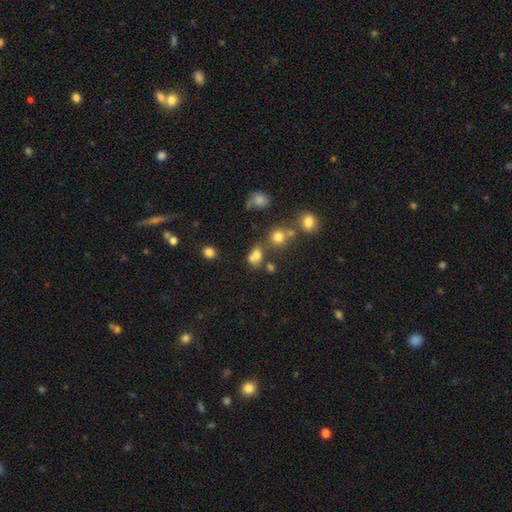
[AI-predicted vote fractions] Q: Smooth or featured?
A: smooth (69%); runner-up: star or artifact (18%)
Q: How rounded?
A: round (56%); runner-up: in between (42%)
Q: Merging?
A: merger (42%); runner-up: none (40%)